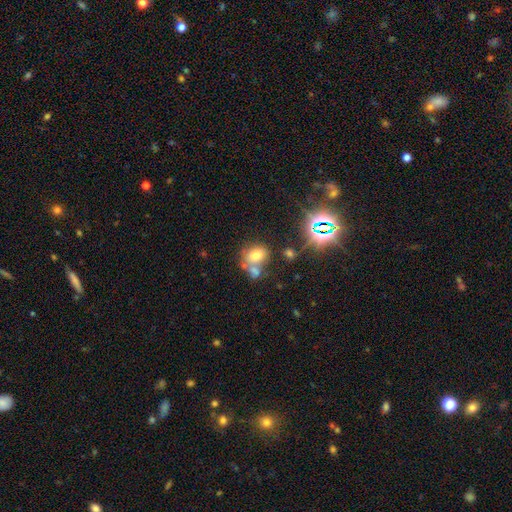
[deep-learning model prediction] smooth 67%, star or artifact 18%, featured or disk 15%. Down the decision tree: how rounded — in between (63%); merging — merger (41%).